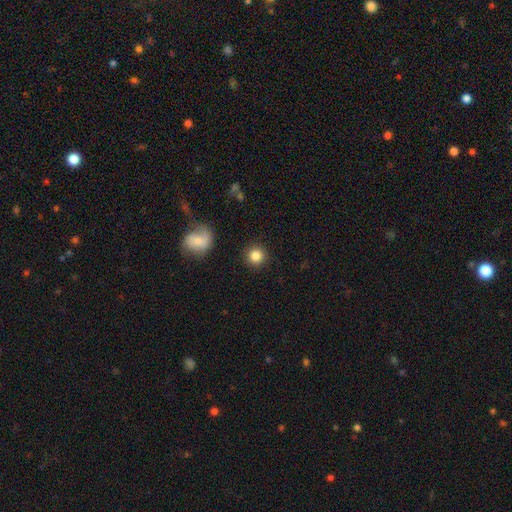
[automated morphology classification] Overall: smooth (85%). How rounded: round (93%). Merging: none (90%).